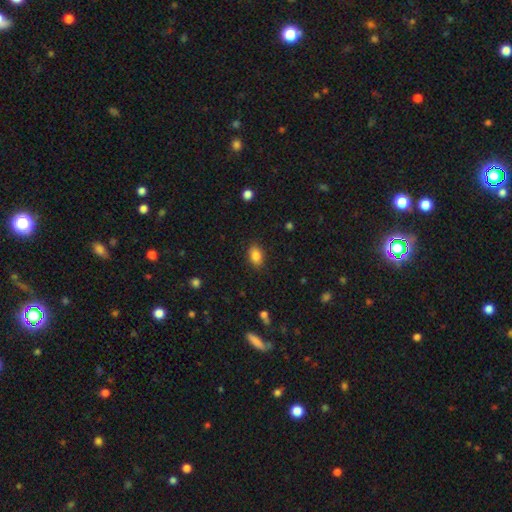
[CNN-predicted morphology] This appears to be a smooth galaxy with no disk features (85%) that is in between round and cigar-shaped (83%). Merging: none (87%).